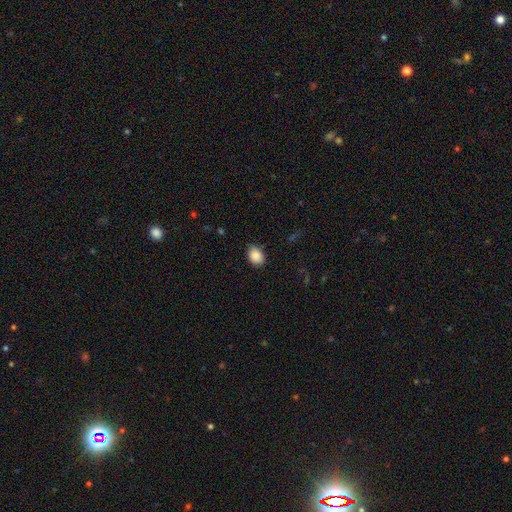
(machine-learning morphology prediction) type=smooth (89%); roundness=in between (67%); merging=none (81%).